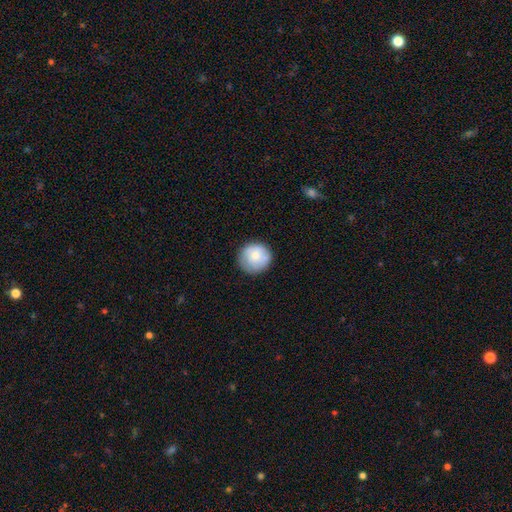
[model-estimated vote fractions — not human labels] Smooth or featured: smooth — 76% (featured or disk — 17%)
How rounded: round — 93% (in between — 6%)
Merging: none — 84% (minor disturbance — 12%)